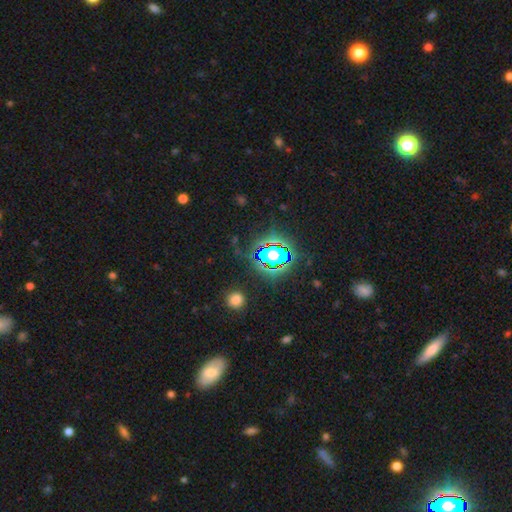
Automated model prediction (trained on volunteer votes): The model was most divided on "smooth or featured": star or artifact: 74%, smooth: 16%, featured or disk: 9%.